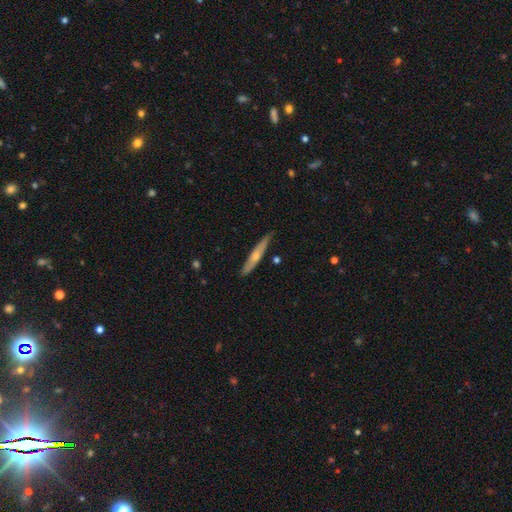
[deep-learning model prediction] Morphology: type=featured or disk (50%); merging=none (85%).